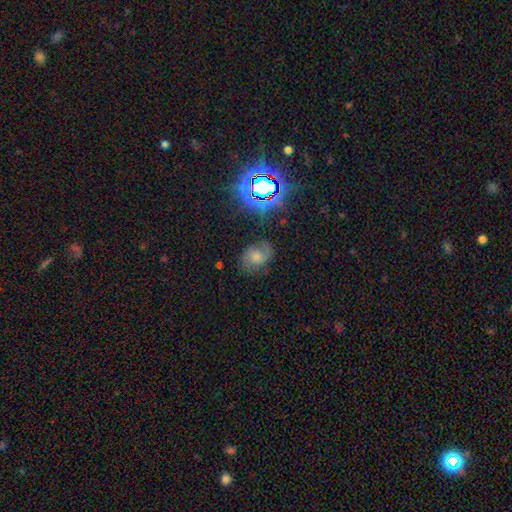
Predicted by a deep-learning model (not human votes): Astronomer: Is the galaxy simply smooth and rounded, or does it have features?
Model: featured or disk — 44% (runner-up: smooth, 37%).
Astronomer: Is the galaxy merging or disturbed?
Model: none — 65%.